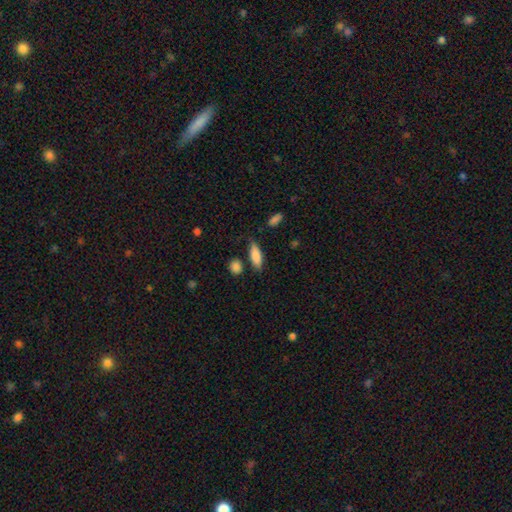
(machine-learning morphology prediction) Overall: smooth (83%). How rounded: in between (64%; cigar-shaped 34%). Merging: none (78%).